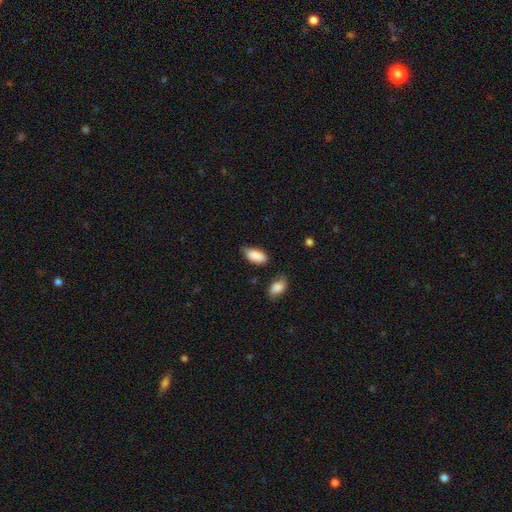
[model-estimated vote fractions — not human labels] A smooth galaxy with no disk features (87%) that is in between round and cigar-shaped (91%). Merging: none (63%).